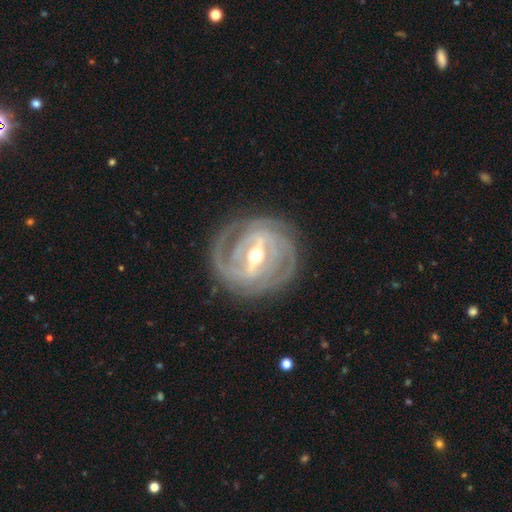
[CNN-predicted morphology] Q: Smooth or featured?
A: featured or disk (90%); runner-up: smooth (6%)
Q: Edge-on disk?
A: no (95%); runner-up: yes (5%)
Q: Bar?
A: strong (67%); runner-up: weak (26%)
Q: Spiral arms?
A: yes (95%); runner-up: no (5%)
Q: Spiral winding?
A: tight (76%); runner-up: medium (20%)
Q: Spiral arm count?
A: 2 (32%); runner-up: 3 (23%)
Q: Bulge size?
A: moderate (65%); runner-up: small (30%)
Q: Merging?
A: none (81%); runner-up: minor disturbance (13%)